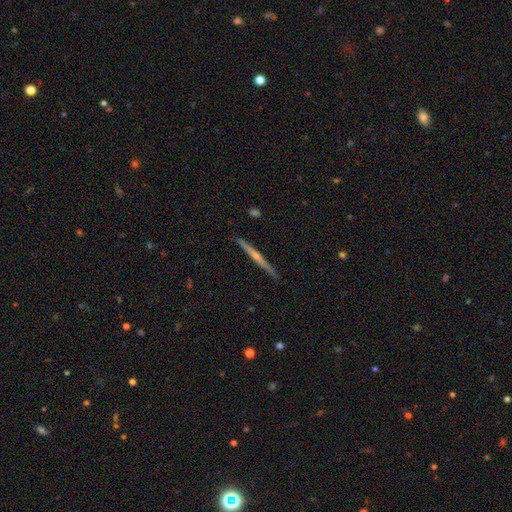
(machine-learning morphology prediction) Q: Smooth or featured?
A: featured or disk (71%); runner-up: smooth (23%)
Q: Edge-on disk?
A: yes (98%); runner-up: no (2%)
Q: Edge-on bulge?
A: rounded (63%); runner-up: none (31%)
Q: Merging?
A: none (90%); runner-up: minor disturbance (7%)